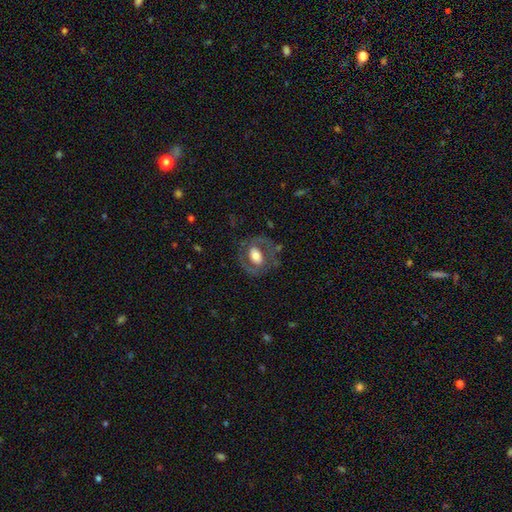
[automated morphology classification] featured or disk 56%, smooth 38%, star or artifact 7%. Down the decision tree: edge-on disk — no (95%); bar — no (56%); spiral arms — no (56%); bulge size — moderate (43%); merging — none (66%).